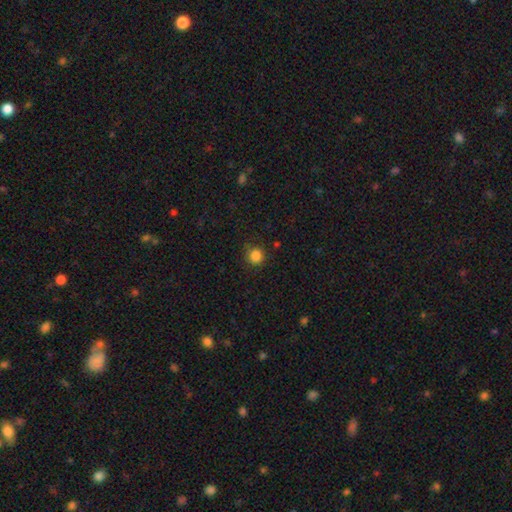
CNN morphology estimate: Smooth or featured: smooth — 85% (star or artifact — 11%)
How rounded: round — 92% (in between — 7%)
Merging: none — 85% (minor disturbance — 10%)